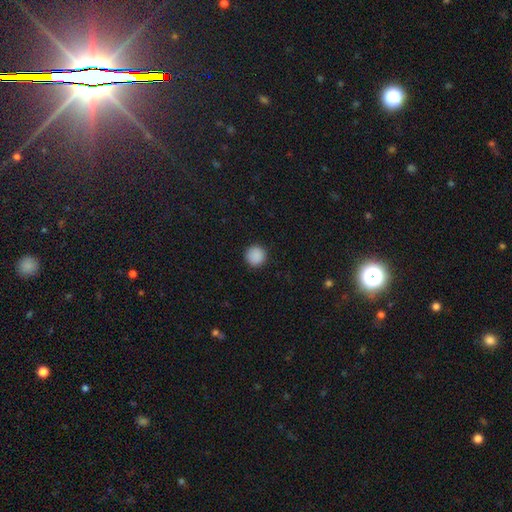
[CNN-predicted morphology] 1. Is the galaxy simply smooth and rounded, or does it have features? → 89% smooth, 9% star or artifact, 2% featured or disk.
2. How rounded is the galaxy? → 96% round, 3% in between, 1% cigar-shaped.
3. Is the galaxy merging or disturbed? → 93% none, 4% minor disturbance, 2% major disturbance, 1% merger.